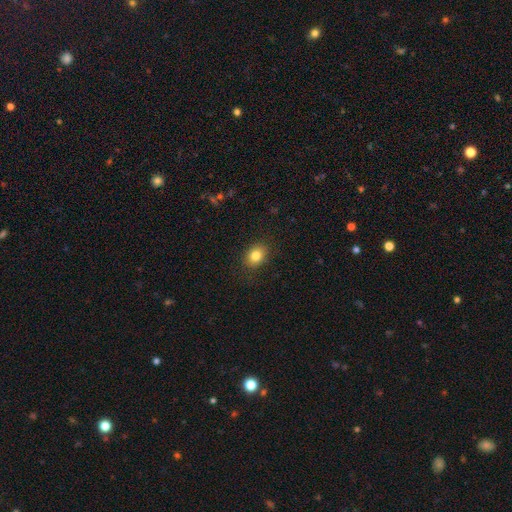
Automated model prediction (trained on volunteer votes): Overall: smooth (83%). How rounded: in between (57%; round 43%). Merging: none (87%).